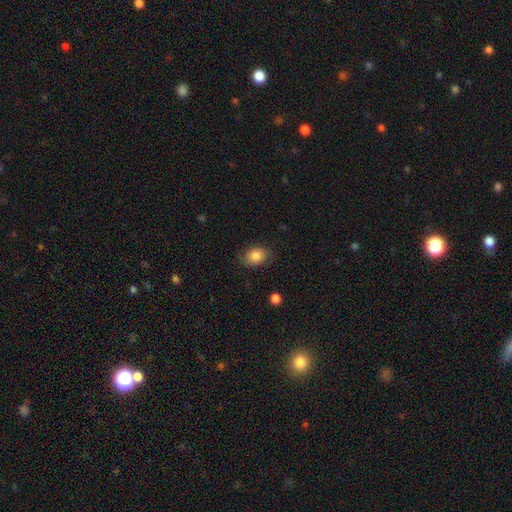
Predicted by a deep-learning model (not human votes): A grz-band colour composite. It shows a smooth galaxy with no disk features (83%) that is in between round and cigar-shaped (73%). Merging: none (78%).